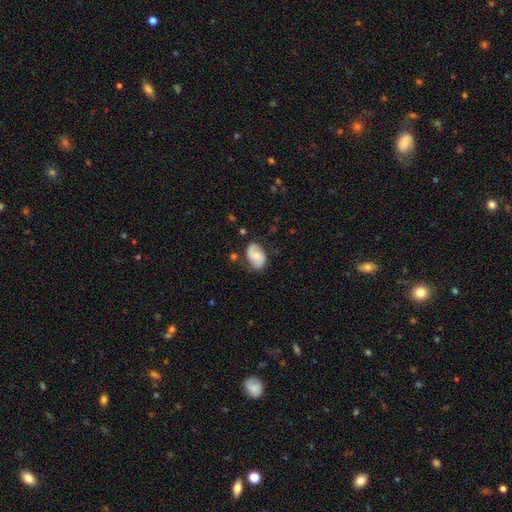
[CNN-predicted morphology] A featured or disk galaxy (60%) with no bar (56%), spiral arms (86%) and a moderate central bulge (57%).

Vote fractions:
- Smooth or featured? featured or disk: 60% / smooth: 34% / star or artifact: 7%
- Edge-on disk? no: 97% / yes: 3%
- Bar? no: 56% / weak: 34% / strong: 9%
- Spiral arms? yes: 86% / no: 14%
- Bulge size? moderate: 57% / small: 35% / large: 4% / none: 3% / dominant: 1%
- Merging? none: 69% / minor disturbance: 22% / major disturbance: 6% / merger: 2%